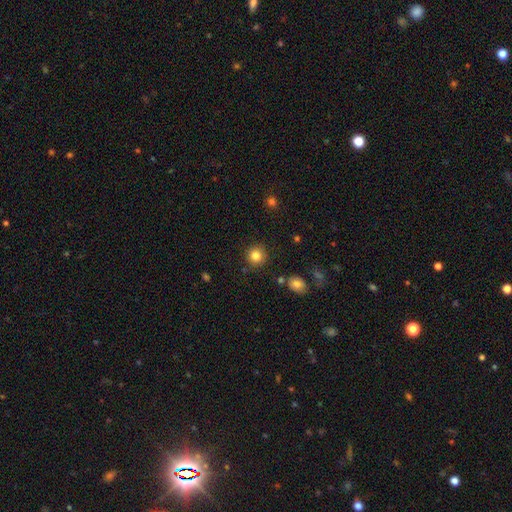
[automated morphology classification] Smooth or featured? smooth (84%)
How rounded? round (92%)
Merging? none (88%)